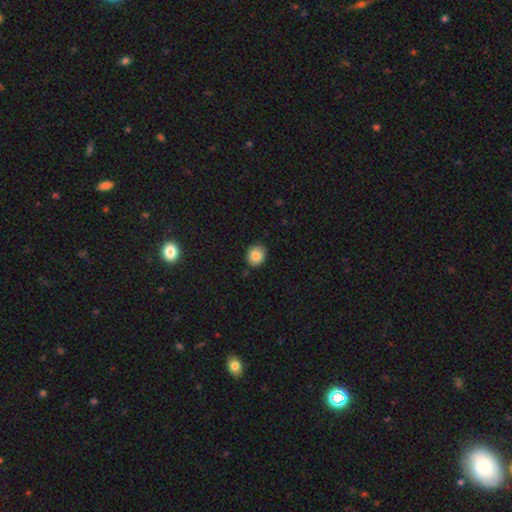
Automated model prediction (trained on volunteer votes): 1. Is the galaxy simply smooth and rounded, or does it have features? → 84% smooth, 9% star or artifact, 7% featured or disk.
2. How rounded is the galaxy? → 77% round, 22% in between, 1% cigar-shaped.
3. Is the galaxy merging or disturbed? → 87% none, 10% minor disturbance, 2% major disturbance, 2% merger.